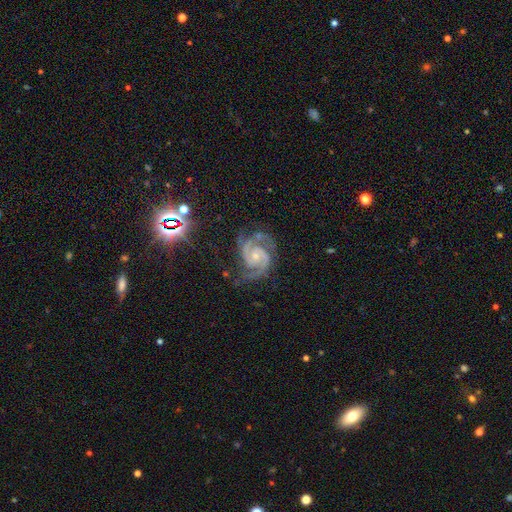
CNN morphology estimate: smooth_or_featured: featured or disk (p=0.93) [alt: star or artifact p=0.05]
disk_edge_on: no (p=0.98) [alt: yes p=0.02]
bar: no (p=0.65) [alt: weak p=0.27]
has_spiral_arms: yes (p=0.99) [alt: no p=0.01]
spiral_winding: medium (p=0.49) [alt: tight p=0.46]
spiral_arm_count: 2 (p=0.80) [alt: 3 p=0.12]
bulge_size: small (p=0.67) [alt: moderate p=0.27]
merging: none (p=0.69) [alt: minor disturbance p=0.20]